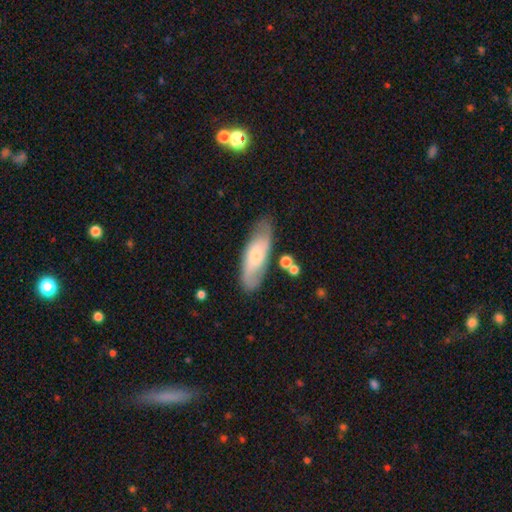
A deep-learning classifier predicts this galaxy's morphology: smooth_or_featured: smooth (p=0.48) [alt: featured or disk p=0.46]
merging: none (p=0.74) [alt: minor disturbance p=0.17]